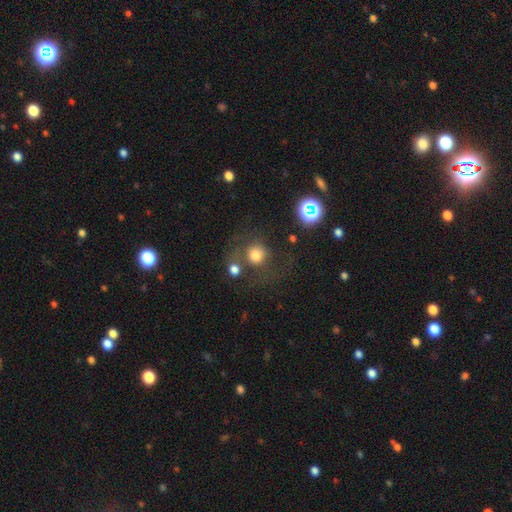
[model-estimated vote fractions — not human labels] This appears to be a smooth galaxy with no disk features (72%) that is round (86%). Merging: none (50%).